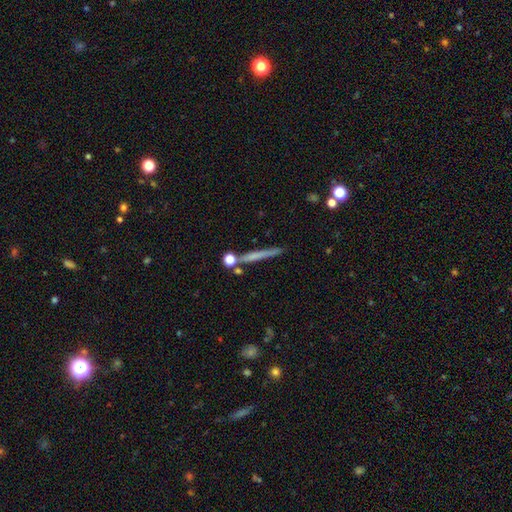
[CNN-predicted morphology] This appears to be a smooth galaxy with no disk features (53%) that is cigar-shaped (93%). Merging: none (80%).